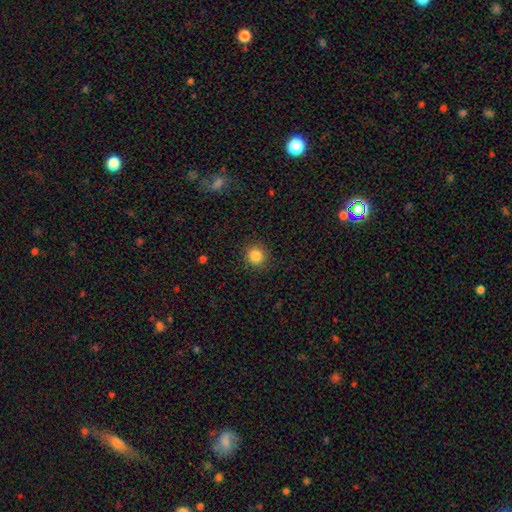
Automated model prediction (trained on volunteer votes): Smooth or featured?
  - smooth: 85% *
  - star or artifact: 11%
  - featured or disk: 4%
How rounded?
  - round: 92% *
  - in between: 7%
  - cigar-shaped: 1%
Merging?
  - none: 89% *
  - minor disturbance: 7%
  - major disturbance: 3%
  - merger: 1%